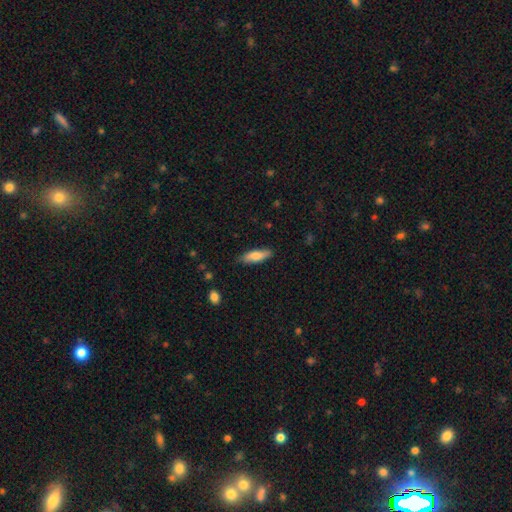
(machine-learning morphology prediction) smooth 77%, featured or disk 17%, star or artifact 6%. Down the decision tree: how rounded — cigar-shaped (53%); merging — none (84%).